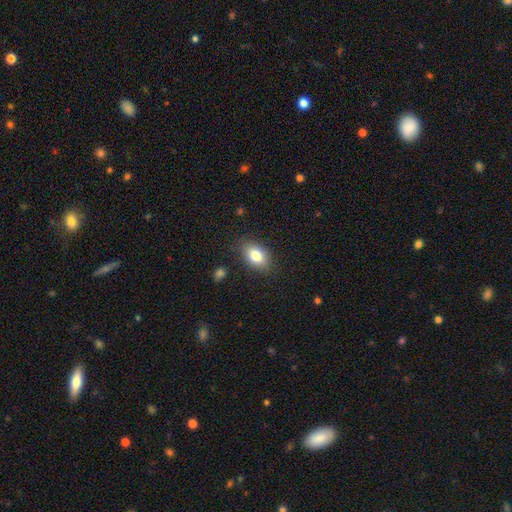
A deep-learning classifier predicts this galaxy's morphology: type=smooth (80%); roundness=in between (85%); merging=none (84%).